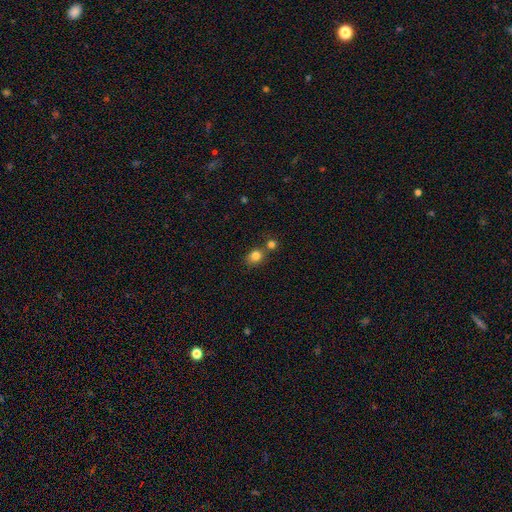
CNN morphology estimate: A smooth galaxy with no disk features (82%) that is round (59%). Merging: none (58%).